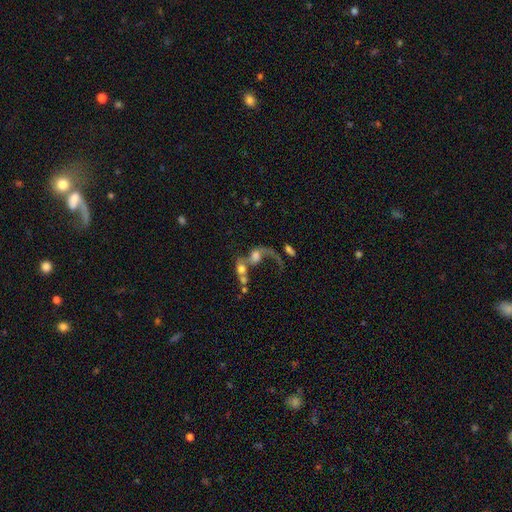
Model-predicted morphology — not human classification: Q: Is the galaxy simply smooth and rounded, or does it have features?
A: featured or disk — 45%.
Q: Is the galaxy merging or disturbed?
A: merger — 64%.